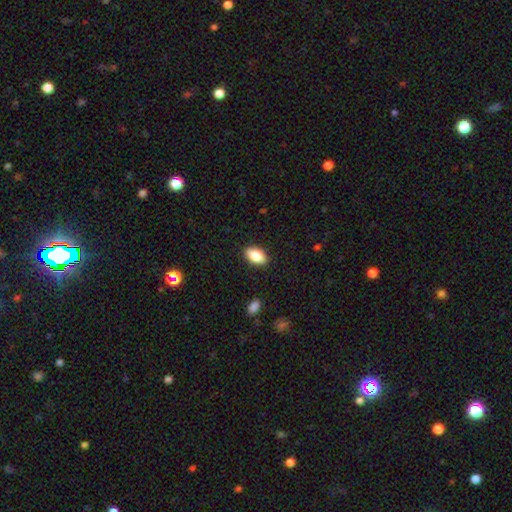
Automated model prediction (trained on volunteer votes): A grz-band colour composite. It shows a smooth galaxy with no disk features (84%) that is in between round and cigar-shaped (90%). Merging: none (88%).